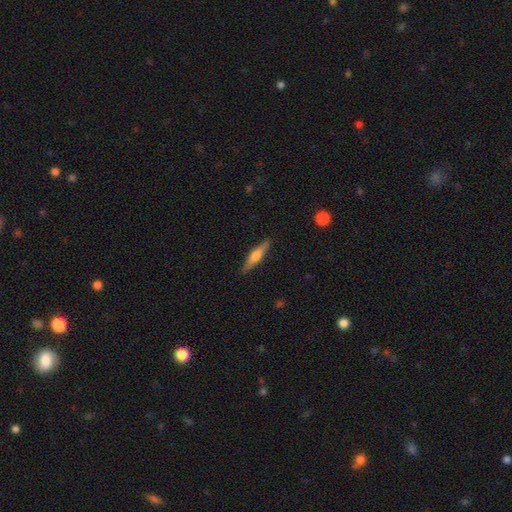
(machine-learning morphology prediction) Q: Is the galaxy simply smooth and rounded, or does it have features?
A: featured or disk — 55%.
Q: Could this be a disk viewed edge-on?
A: yes — 96%.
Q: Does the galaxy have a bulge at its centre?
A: rounded — 85%.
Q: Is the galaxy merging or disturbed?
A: none — 89%.